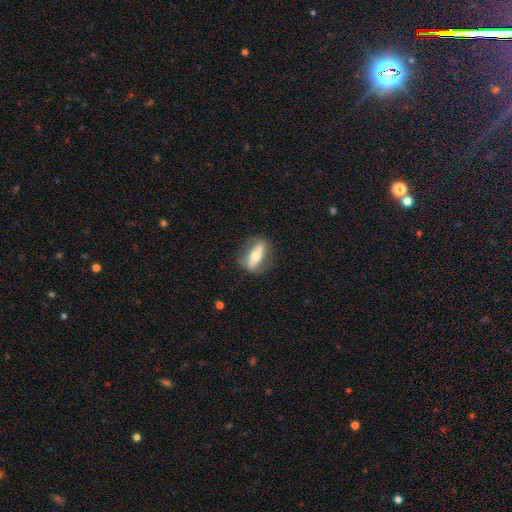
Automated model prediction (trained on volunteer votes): This appears to be a featured or disk galaxy (56%). Merging: none (77%).